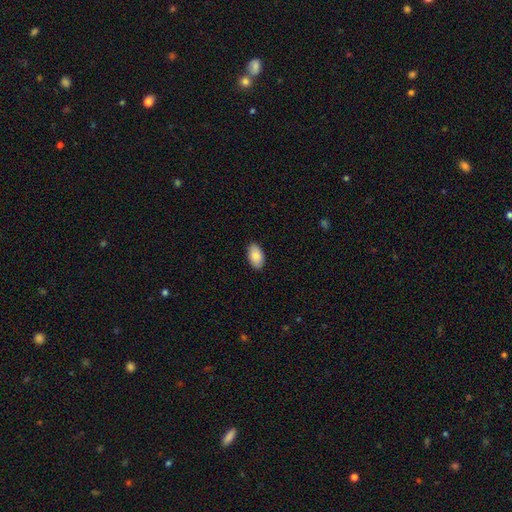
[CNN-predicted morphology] type=smooth (87%); roundness=in between (95%); merging=none (88%).